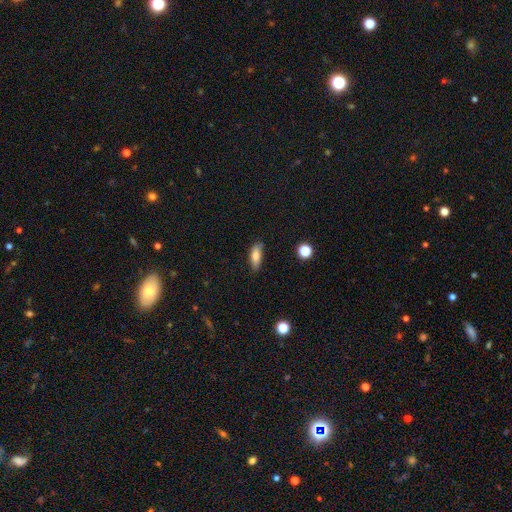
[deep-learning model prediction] A smooth galaxy with no disk features (79%) that is in between round and cigar-shaped (64%). Merging: none (77%).